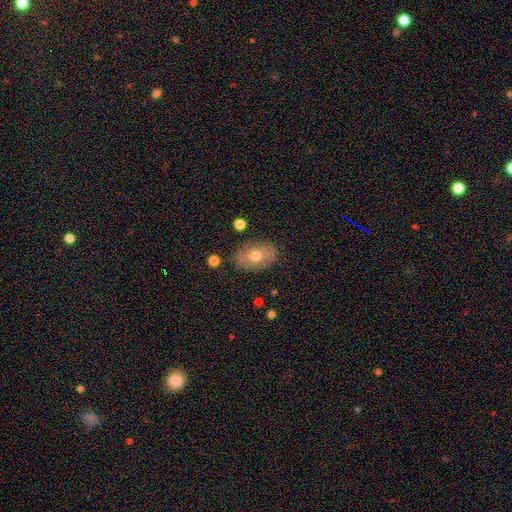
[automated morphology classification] type=smooth (61%); roundness=in between (85%); merging=none (84%).